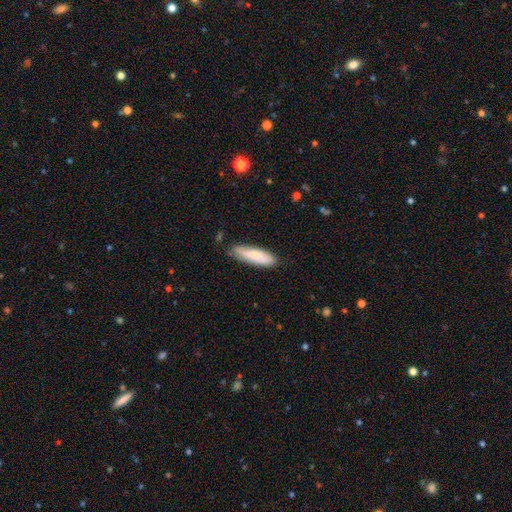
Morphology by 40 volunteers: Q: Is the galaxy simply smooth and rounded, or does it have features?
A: smooth — 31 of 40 (78%).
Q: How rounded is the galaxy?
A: in between — 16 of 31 (52%).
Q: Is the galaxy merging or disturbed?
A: none — 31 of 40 (78%).